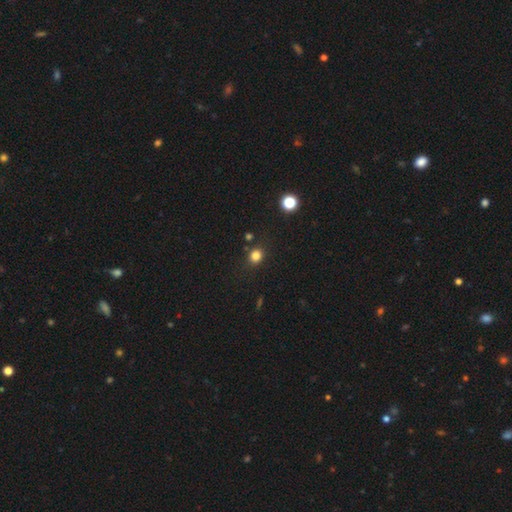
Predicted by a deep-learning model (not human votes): Smooth or featured? smooth (81%)
How rounded? round (76%)
Merging? none (82%)